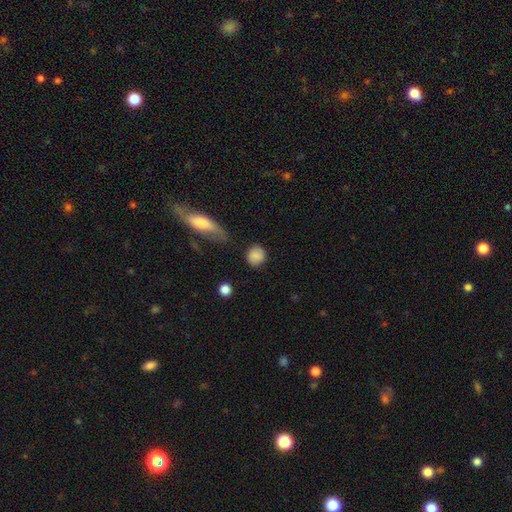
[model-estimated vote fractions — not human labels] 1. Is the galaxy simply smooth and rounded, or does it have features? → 83% smooth, 9% featured or disk, 8% star or artifact.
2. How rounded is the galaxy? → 80% round, 18% in between, 2% cigar-shaped.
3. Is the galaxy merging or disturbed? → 79% none, 13% minor disturbance, 5% major disturbance, 3% merger.